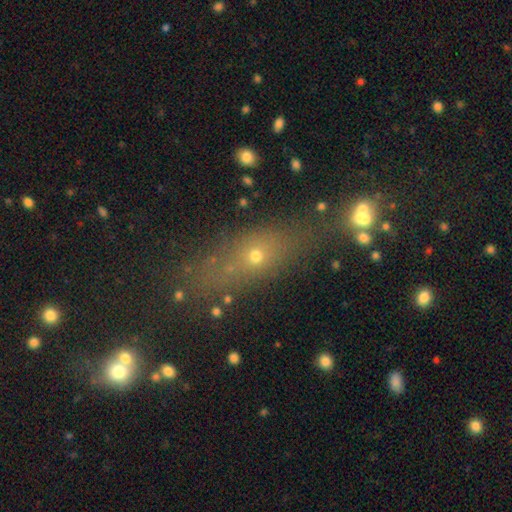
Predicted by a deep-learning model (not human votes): This appears to be a smooth galaxy with no disk features (52%) that is in between round and cigar-shaped (44%). Merging: none (62%).